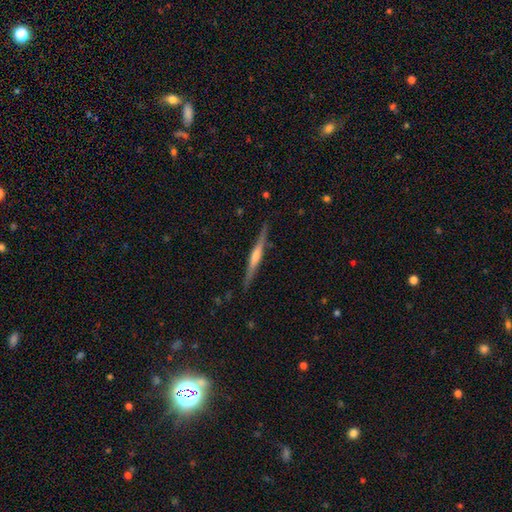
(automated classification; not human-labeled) This appears to be a featured or disk galaxy (69%) viewed edge-on (98%) with a rounded central bulge (56%). Merging: none (88%).